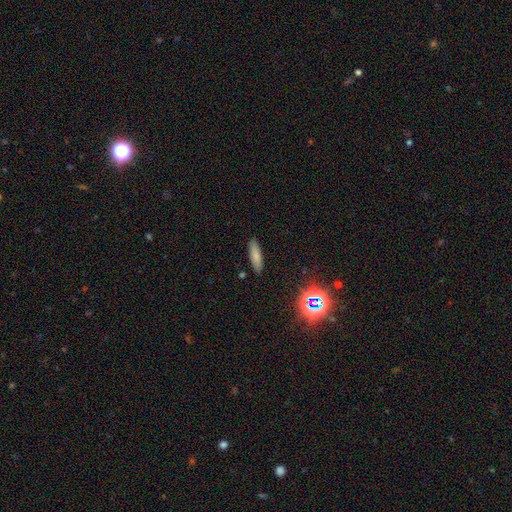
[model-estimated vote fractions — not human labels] This appears to be a smooth galaxy with no disk features (77%) that is cigar-shaped (61%). Merging: none (88%).